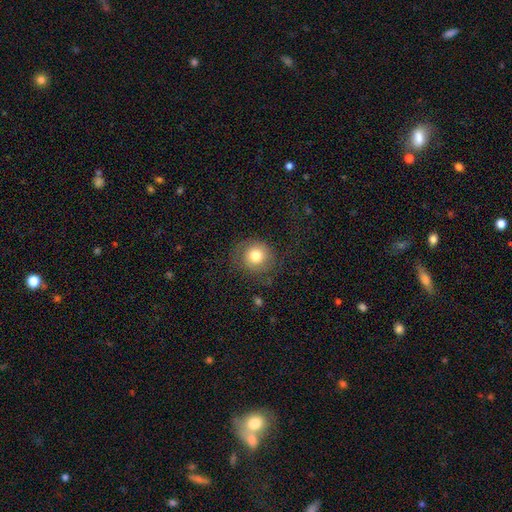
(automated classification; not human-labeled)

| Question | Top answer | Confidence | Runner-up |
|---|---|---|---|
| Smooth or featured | smooth | 73% | featured or disk (17%) |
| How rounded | round | 89% | in between (10%) |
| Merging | none | 70% | minor disturbance (15%) |